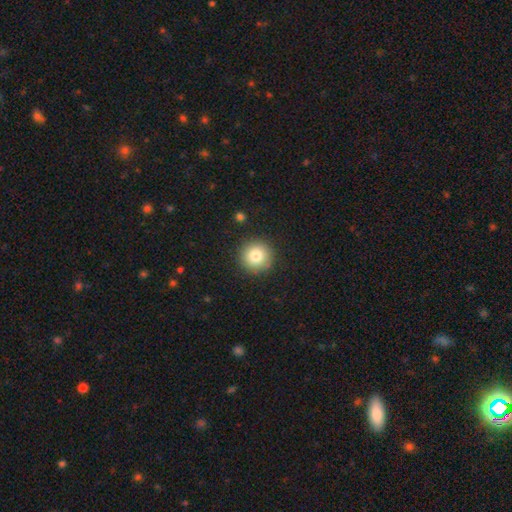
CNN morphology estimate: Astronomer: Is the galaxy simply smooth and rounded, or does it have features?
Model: smooth — 80%.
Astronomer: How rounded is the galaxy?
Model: round — 95%.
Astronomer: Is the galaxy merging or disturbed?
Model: none — 90%.